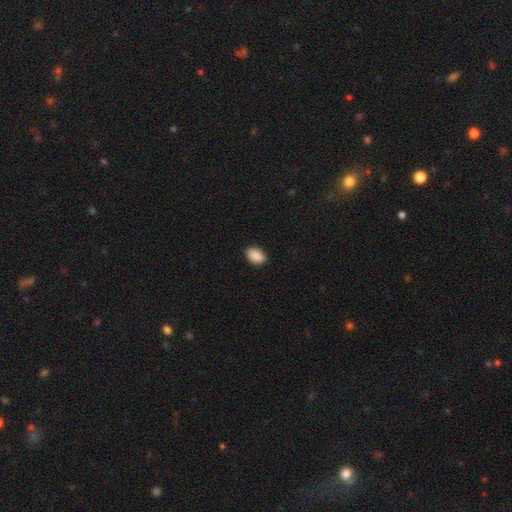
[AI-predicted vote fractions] Smooth or featured? smooth (91%)
How rounded? in between (84%)
Merging? none (89%)